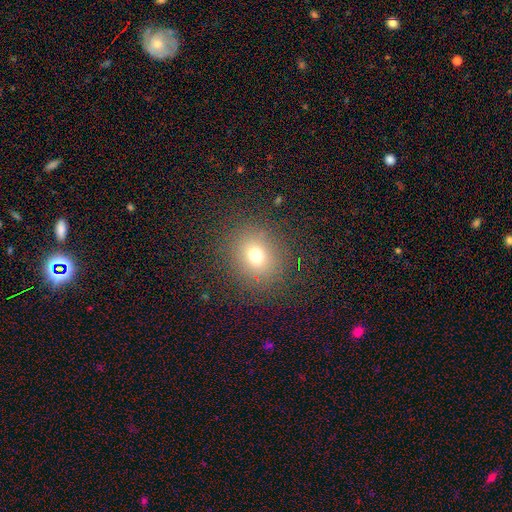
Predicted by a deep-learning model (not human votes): This is likely a smooth galaxy (70%). How rounded: likely round (79%). Merging: clearly none (86%).